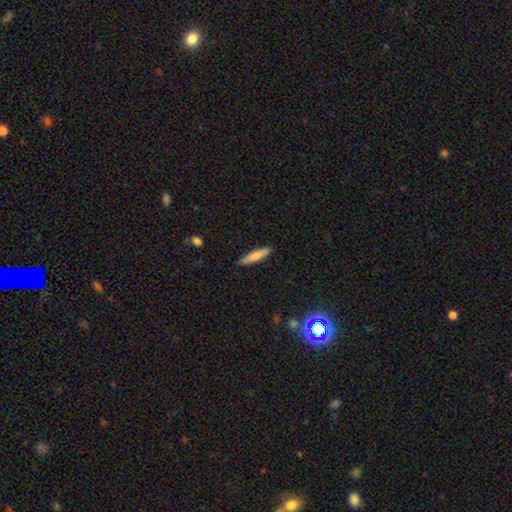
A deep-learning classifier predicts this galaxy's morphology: Smooth or featured: smooth — 76% (featured or disk — 18%)
How rounded: cigar-shaped — 77% (in between — 21%)
Merging: none — 87% (minor disturbance — 10%)